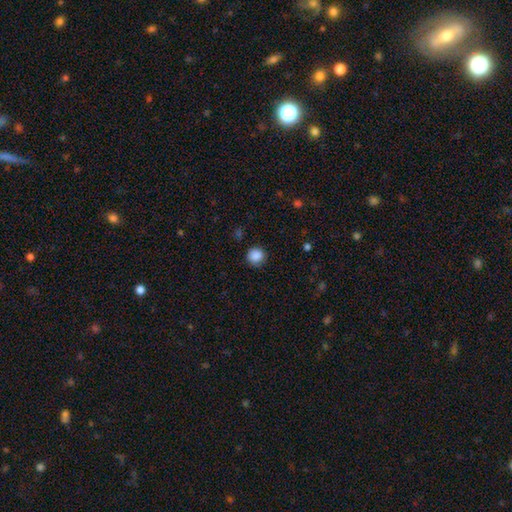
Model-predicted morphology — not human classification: This is clearly a smooth galaxy (87%). How rounded: clearly round (92%). Merging: clearly none (84%).